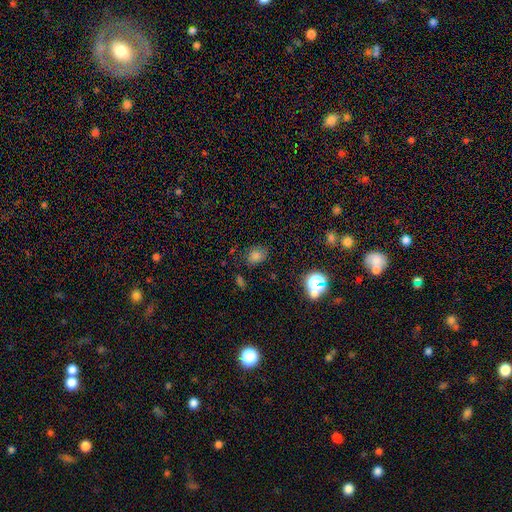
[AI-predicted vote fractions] Smooth or featured? smooth (72%)
How rounded? round (51%)
Merging? none (78%)